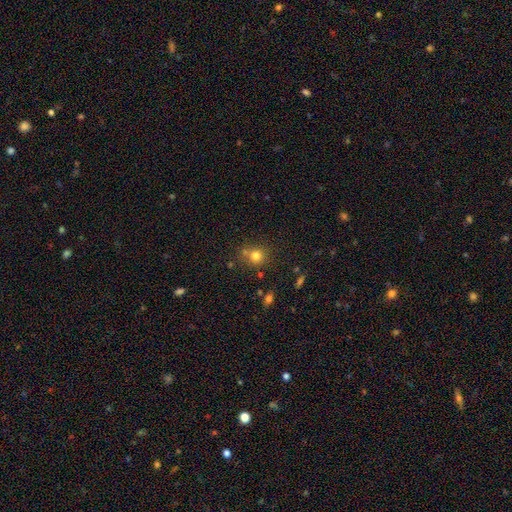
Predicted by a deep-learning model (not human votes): Smooth or featured? smooth (78%)
How rounded? round (88%)
Merging? none (71%)